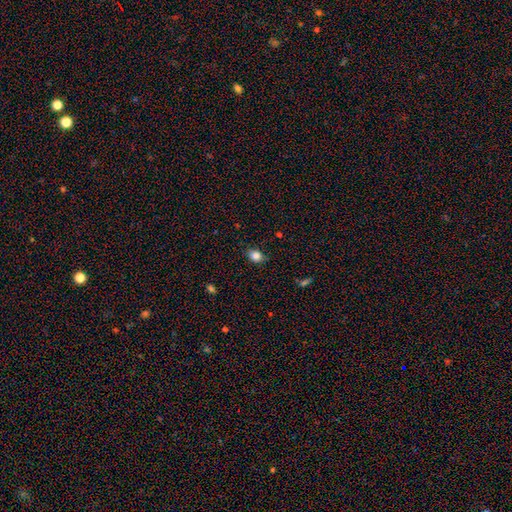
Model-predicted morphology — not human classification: A smooth galaxy with no disk features (85%) that is in between round and cigar-shaped (61%).

Vote fractions:
- Smooth or featured? smooth: 85% / star or artifact: 10% / featured or disk: 5%
- How rounded? in between: 61% / round: 38% / cigar-shaped: 1%
- Merging? none: 83% / minor disturbance: 13% / major disturbance: 3% / merger: 1%